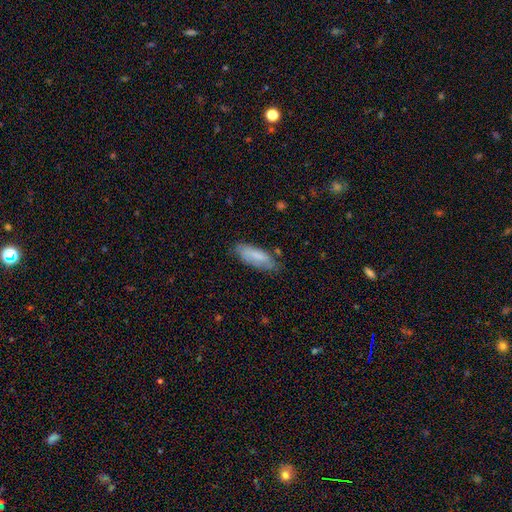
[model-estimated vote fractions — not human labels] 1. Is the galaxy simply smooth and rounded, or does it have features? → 78% smooth, 16% featured or disk, 6% star or artifact.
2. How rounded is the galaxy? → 62% in between, 36% cigar-shaped, 1% round.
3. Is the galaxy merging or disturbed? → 71% none, 22% minor disturbance, 5% major disturbance, 2% merger.